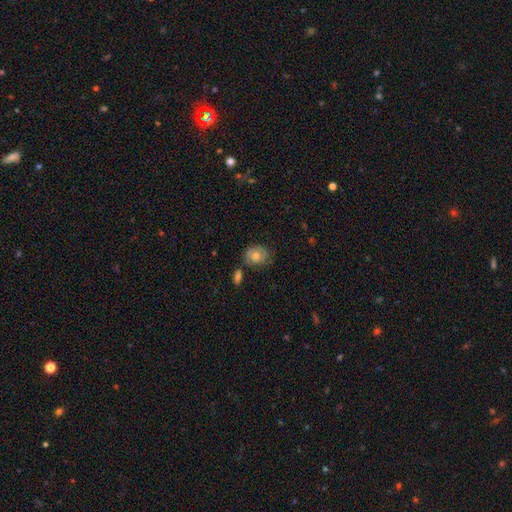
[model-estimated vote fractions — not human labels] This is possibly a smooth galaxy (57%). How rounded: likely round (65%). Merging: likely none (66%).